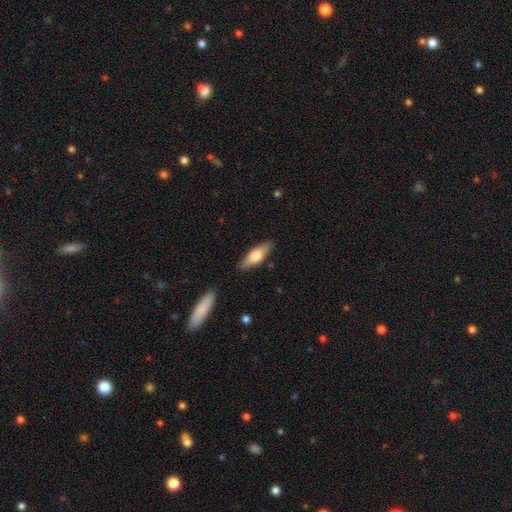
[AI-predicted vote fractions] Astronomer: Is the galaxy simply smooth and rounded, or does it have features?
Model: smooth — 64%.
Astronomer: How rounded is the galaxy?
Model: in between — 57% (runner-up: cigar-shaped, 41%).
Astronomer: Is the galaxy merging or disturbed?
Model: none — 86%.